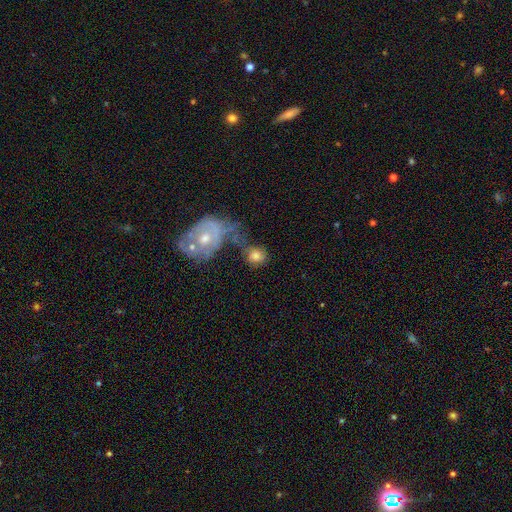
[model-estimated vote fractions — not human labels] smooth-or-featured: smooth: 66% | featured or disk: 25% | star or artifact: 10%
  how-rounded: round: 61% | in between: 37% | cigar-shaped: 2%
  merging: merger: 34% (tied) | none: 34% (tied) | minor disturbance: 16% | major disturbance: 15%